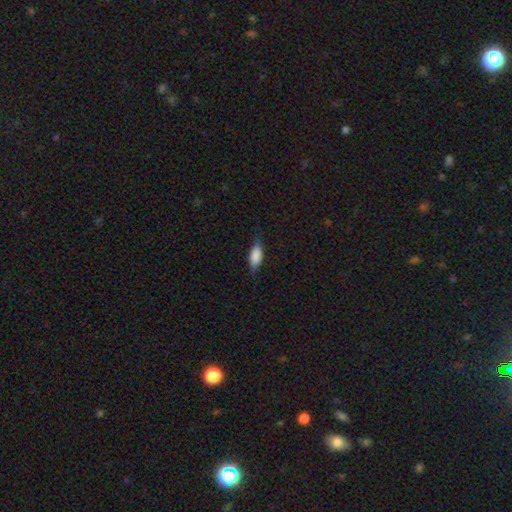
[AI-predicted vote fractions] This appears to be a smooth galaxy with no disk features (77%) that is in between round and cigar-shaped (76%). Merging: none (76%).